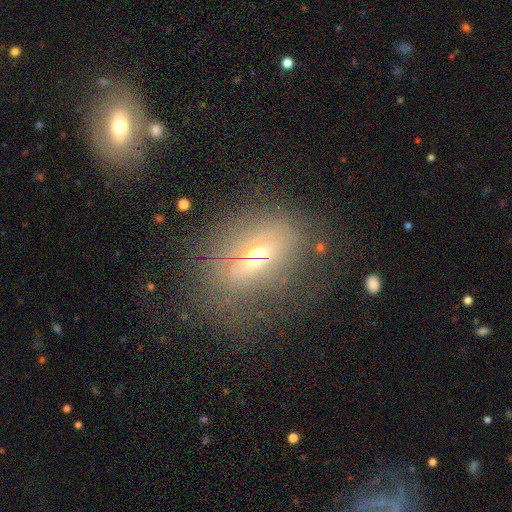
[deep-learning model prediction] Smooth or featured? featured or disk (47%)
Merging? none (60%)